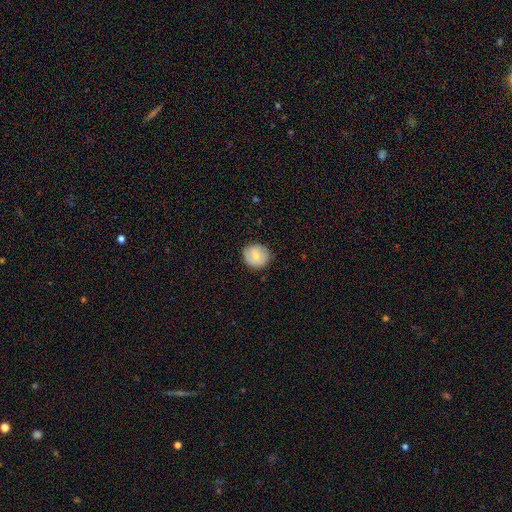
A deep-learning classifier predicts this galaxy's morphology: Smooth or featured? smooth (69%)
How rounded? round (86%)
Merging? none (83%)